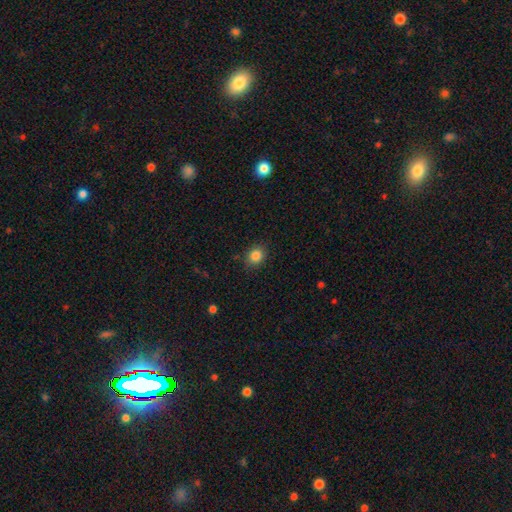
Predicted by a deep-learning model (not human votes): smooth-or-featured: smooth: 85% | star or artifact: 11% | featured or disk: 5%
  how-rounded: round: 61% | in between: 38% | cigar-shaped: 1%
  merging: none: 85% | minor disturbance: 11% | major disturbance: 3% | merger: 1%